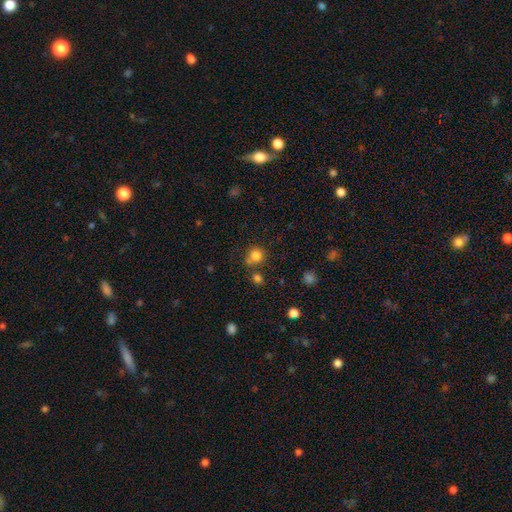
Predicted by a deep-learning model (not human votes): Q: Smooth or featured?
A: smooth (81%); runner-up: star or artifact (13%)
Q: How rounded?
A: round (84%); runner-up: in between (15%)
Q: Merging?
A: none (59%); runner-up: merger (19%)